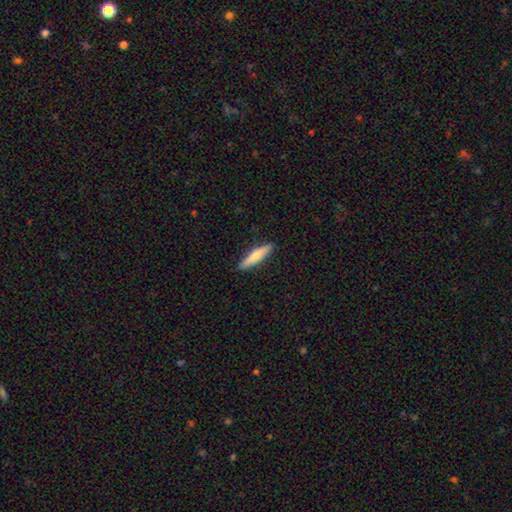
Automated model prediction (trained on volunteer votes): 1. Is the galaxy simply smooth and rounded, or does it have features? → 70% smooth, 25% featured or disk, 5% star or artifact.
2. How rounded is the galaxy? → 86% cigar-shaped, 12% in between, 1% round.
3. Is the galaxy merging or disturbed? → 91% none, 7% minor disturbance, 2% major disturbance, 1% merger.